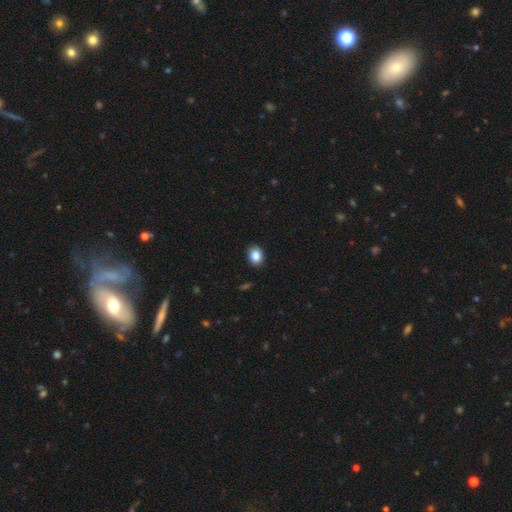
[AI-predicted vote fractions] Smooth or featured? smooth (87%)
How rounded? in between (56%)
Merging? none (90%)